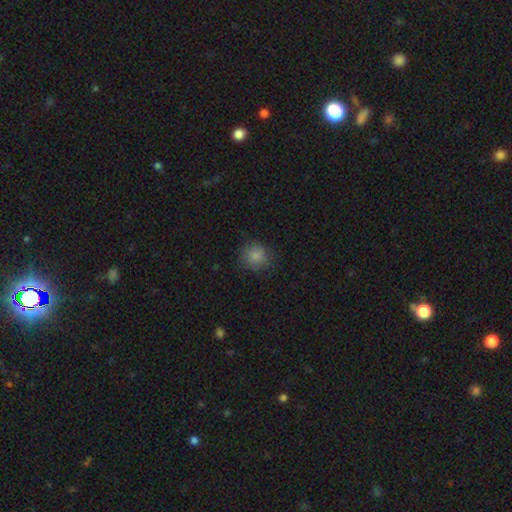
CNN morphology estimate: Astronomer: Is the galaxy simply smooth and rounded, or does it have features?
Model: smooth — 84%.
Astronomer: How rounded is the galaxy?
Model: round — 88%.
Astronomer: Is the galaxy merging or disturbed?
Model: none — 80%.